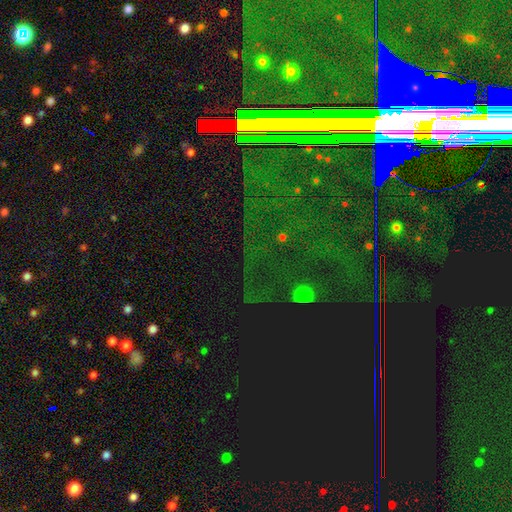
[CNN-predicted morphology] A star or artifact, not a galaxy (78%).

Vote fractions:
- Smooth or featured? star or artifact: 78% / featured or disk: 12% / smooth: 9%